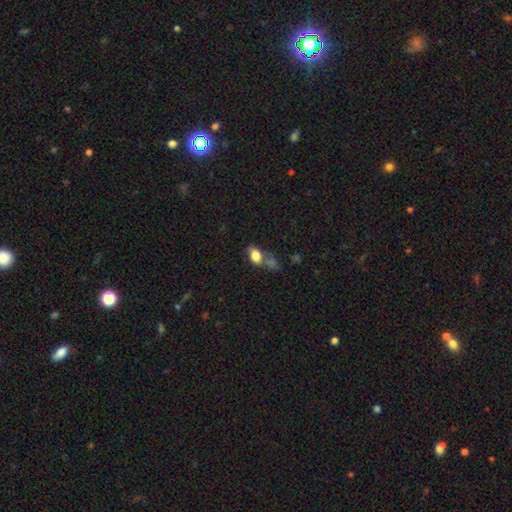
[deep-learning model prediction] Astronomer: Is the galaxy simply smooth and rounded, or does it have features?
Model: smooth — 75%.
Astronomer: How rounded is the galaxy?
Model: in between — 82%.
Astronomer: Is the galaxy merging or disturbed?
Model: none — 35% (runner-up: merger, 28%).